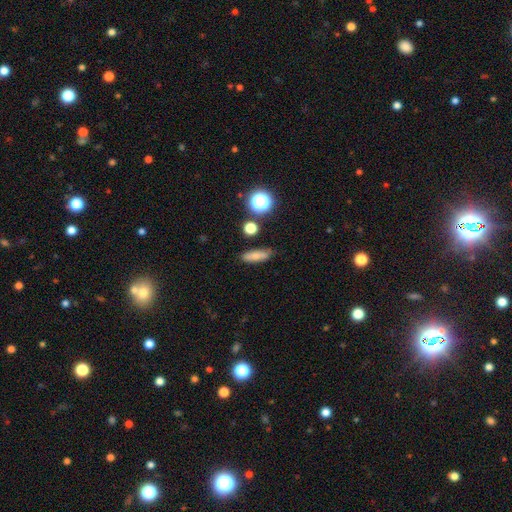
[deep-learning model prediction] smooth-or-featured: smooth: 69% | featured or disk: 18% | star or artifact: 13%
  how-rounded: cigar-shaped: 44% (tied) | in between: 44% (tied) | round: 11%
  merging: none: 79% | minor disturbance: 14% | merger: 4% | major disturbance: 3%